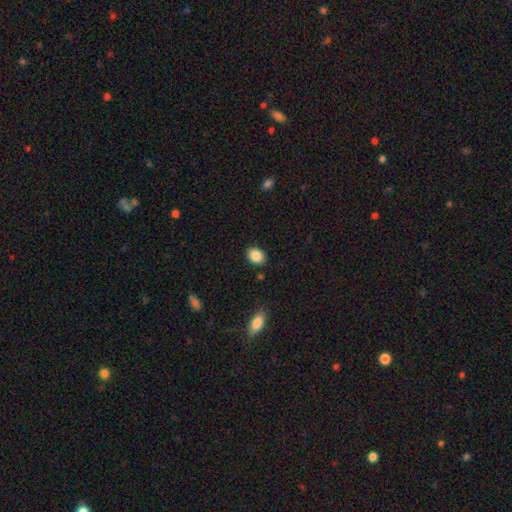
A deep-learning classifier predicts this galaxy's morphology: type=smooth (87%); roundness=in between (65%); merging=none (87%).